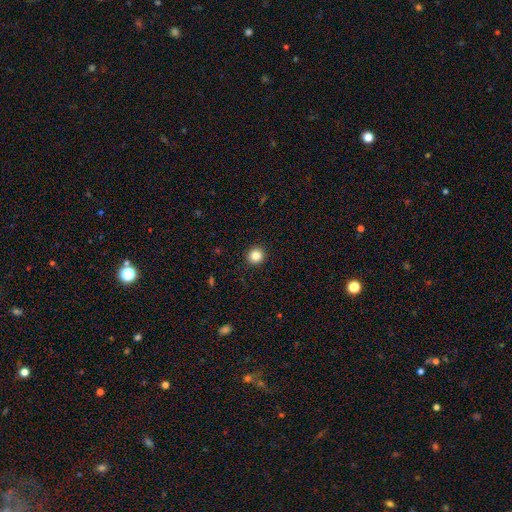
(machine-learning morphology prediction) Smooth or featured? smooth (84%)
How rounded? round (94%)
Merging? none (93%)